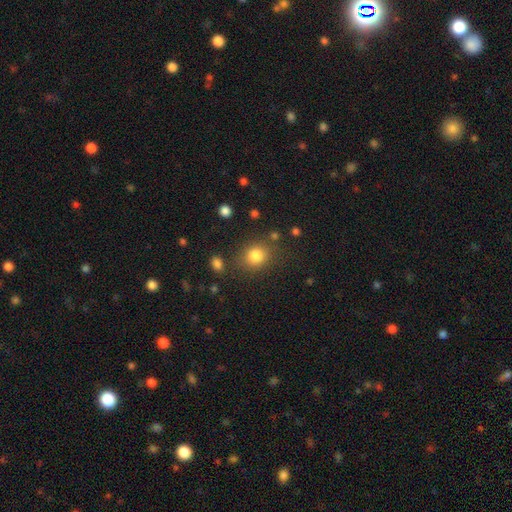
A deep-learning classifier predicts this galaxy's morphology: Smooth or featured? Predicted: smooth (p=0.83). How rounded? Predicted: round (p=0.73). Merging? Predicted: none (p=0.78).